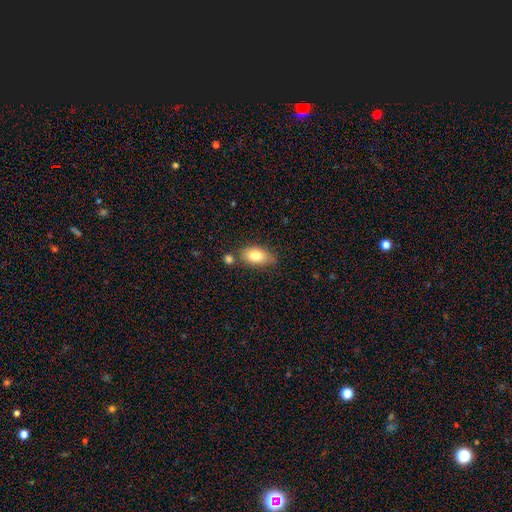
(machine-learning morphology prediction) smooth_or_featured: smooth (p=0.79) [alt: featured or disk p=0.13]
how_rounded: in between (p=0.89) [alt: round p=0.07]
merging: none (p=0.67) [alt: minor disturbance p=0.17]